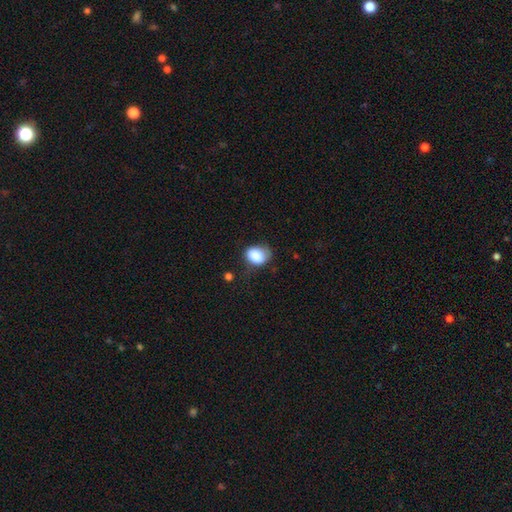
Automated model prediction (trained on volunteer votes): This appears to be a smooth galaxy with no disk features (85%) that is in between round and cigar-shaped (66%). Merging: none (50%).